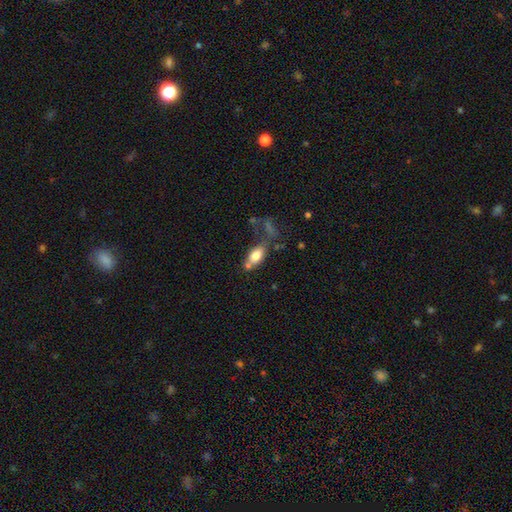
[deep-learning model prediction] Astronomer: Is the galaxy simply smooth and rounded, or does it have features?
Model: smooth — 74%.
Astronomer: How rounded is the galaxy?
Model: in between — 84%.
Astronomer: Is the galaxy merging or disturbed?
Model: none — 40% (runner-up: merger, 25%).